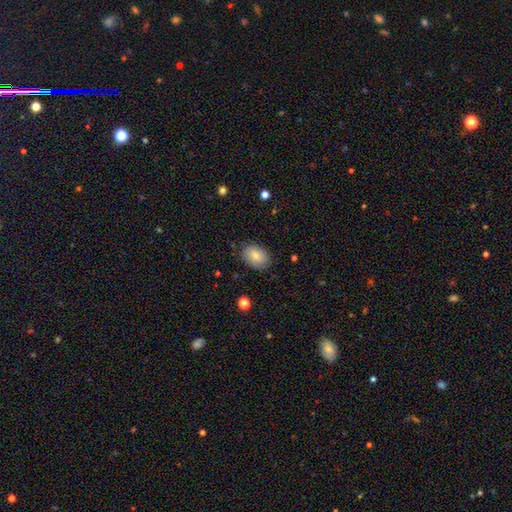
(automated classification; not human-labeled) This appears to be a smooth galaxy with no disk features (80%) that is in between round and cigar-shaped (77%). Merging: none (83%).